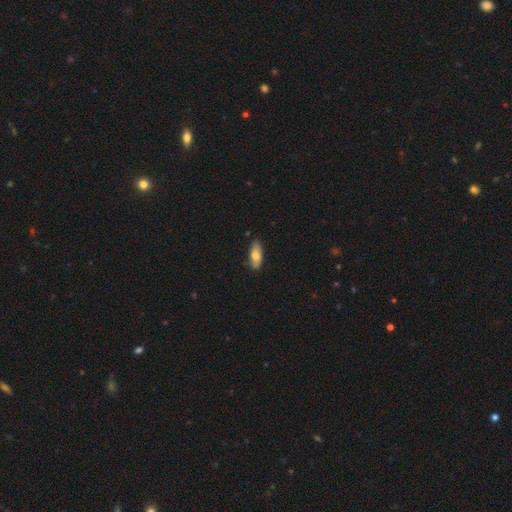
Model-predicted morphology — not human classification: Smooth or featured? Predicted: smooth (p=0.72). How rounded? Predicted: in between (p=0.78). Merging? Predicted: none (p=0.80).